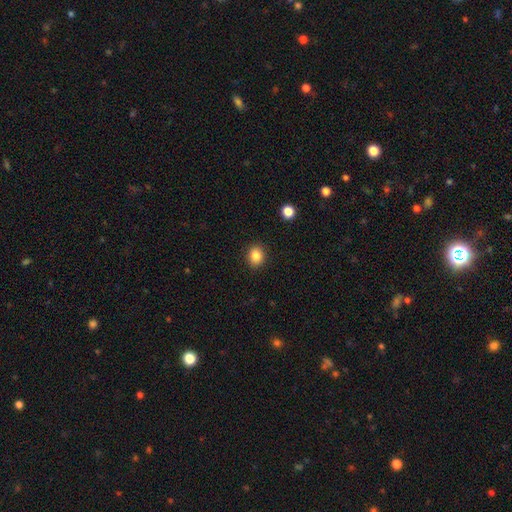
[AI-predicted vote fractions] smooth 86%, star or artifact 10%, featured or disk 4%. Down the decision tree: how rounded — round (61%); merging — none (90%).